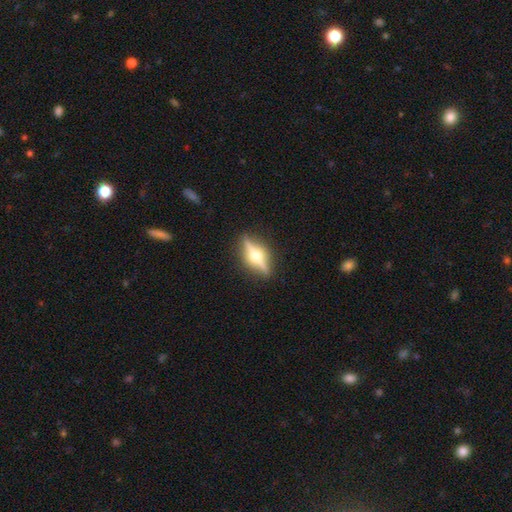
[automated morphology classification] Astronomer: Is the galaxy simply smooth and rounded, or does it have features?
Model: featured or disk — 77%.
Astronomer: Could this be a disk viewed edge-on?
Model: yes — 94%.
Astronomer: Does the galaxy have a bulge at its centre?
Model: rounded — 95%.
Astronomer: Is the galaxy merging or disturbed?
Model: none — 87%.